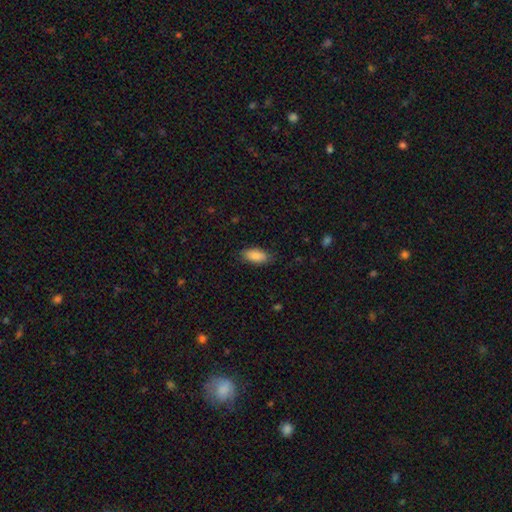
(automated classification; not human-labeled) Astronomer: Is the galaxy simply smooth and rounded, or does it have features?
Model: smooth — 88%.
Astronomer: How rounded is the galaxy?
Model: in between — 89%.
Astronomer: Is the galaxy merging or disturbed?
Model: none — 83%.